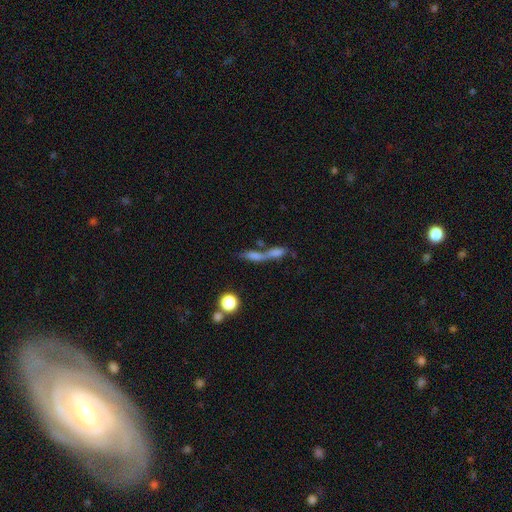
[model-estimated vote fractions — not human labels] smooth_or_featured: smooth (p=0.52) [alt: featured or disk p=0.31]
how_rounded: cigar-shaped (p=0.56) [alt: in between p=0.33]
merging: merger (p=0.55) [alt: none p=0.28]